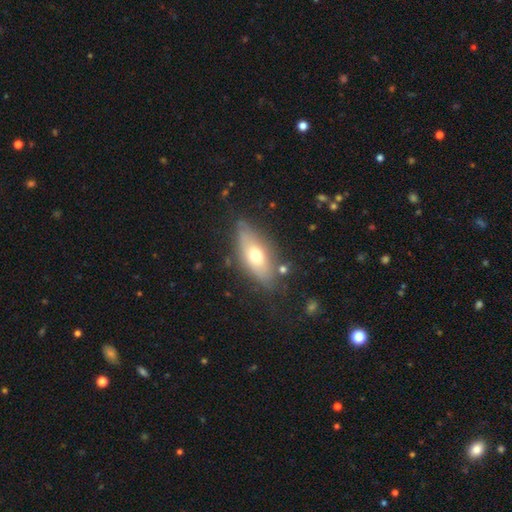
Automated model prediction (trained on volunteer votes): smooth-or-featured: smooth: 56% | featured or disk: 36% | star or artifact: 8%
  how-rounded: in between: 70% | cigar-shaped: 26% | round: 4%
  merging: none: 74% | minor disturbance: 17% | major disturbance: 5% | merger: 4%